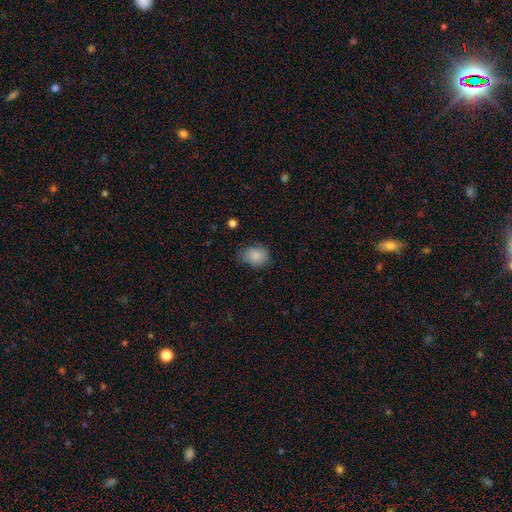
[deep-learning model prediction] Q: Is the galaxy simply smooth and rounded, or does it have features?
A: smooth — 86%.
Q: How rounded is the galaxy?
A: in between — 67%.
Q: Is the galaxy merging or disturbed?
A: none — 67%.